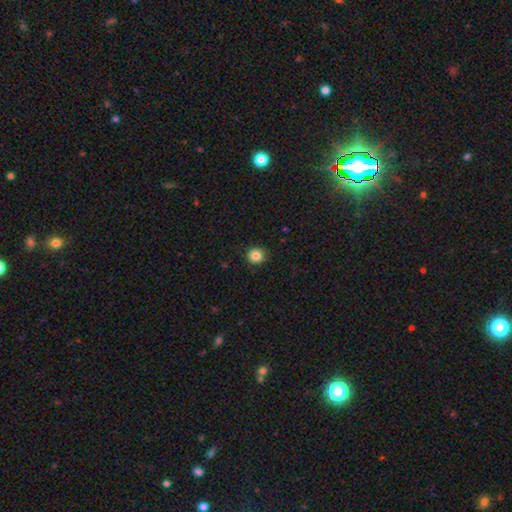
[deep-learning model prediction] Smooth or featured: smooth — 85% (star or artifact — 10%)
How rounded: round — 93% (in between — 6%)
Merging: none — 91% (minor disturbance — 7%)